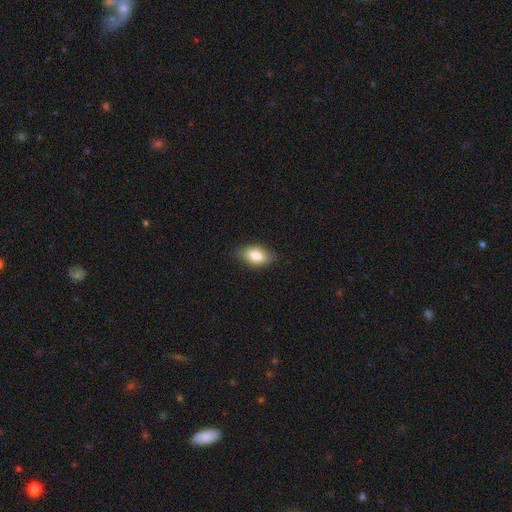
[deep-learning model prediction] Smooth or featured?
  - smooth: 80% *
  - featured or disk: 12%
  - star or artifact: 8%
How rounded?
  - in between: 89% *
  - round: 8%
  - cigar-shaped: 4%
Merging?
  - none: 82% *
  - minor disturbance: 14%
  - major disturbance: 3%
  - merger: 1%